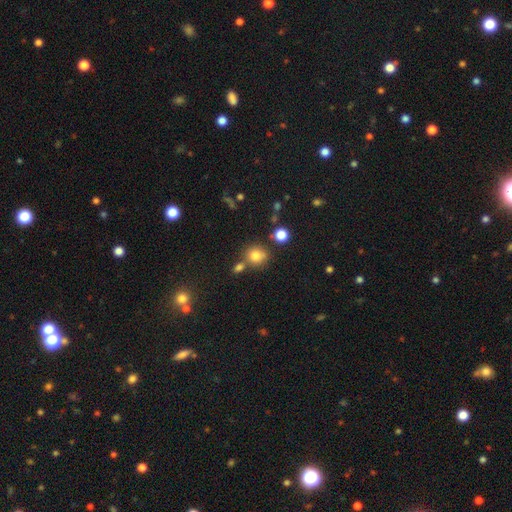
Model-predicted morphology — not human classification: This appears to be a smooth galaxy with no disk features (80%) that is round (79%). Merging: none (67%).